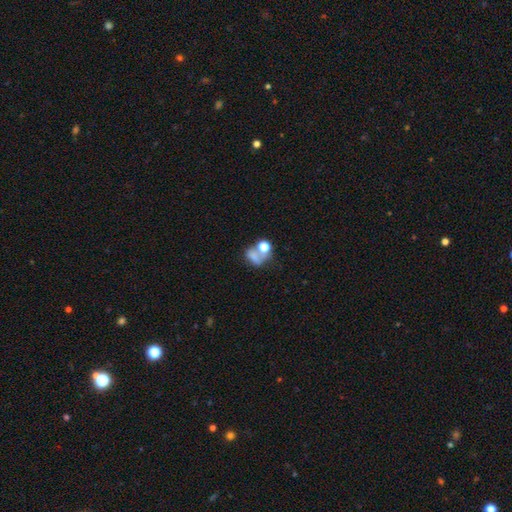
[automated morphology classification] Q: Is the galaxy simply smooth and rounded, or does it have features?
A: smooth — 65%.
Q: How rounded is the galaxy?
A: in between — 50%.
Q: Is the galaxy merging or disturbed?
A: merger — 41%.